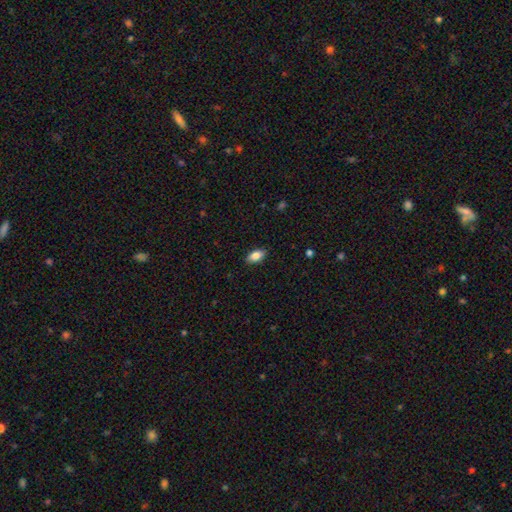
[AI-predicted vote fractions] Morphology: type=smooth (84%); roundness=in between (91%); merging=none (88%).